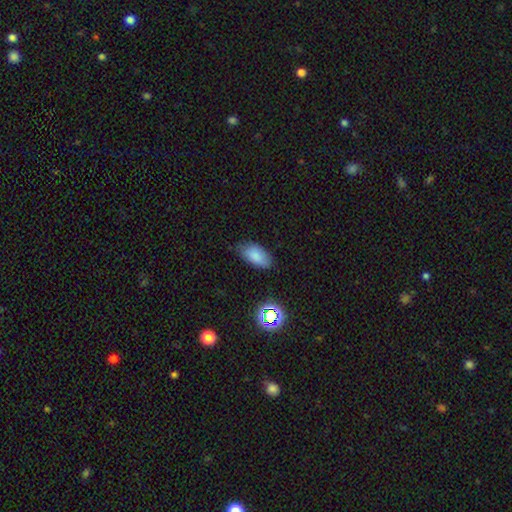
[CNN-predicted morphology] smooth-or-featured: smooth: 83% | star or artifact: 10% | featured or disk: 7%
  how-rounded: in between: 93% | cigar-shaped: 4% | round: 3%
  merging: none: 73% | minor disturbance: 22% | major disturbance: 4% | merger: 2%